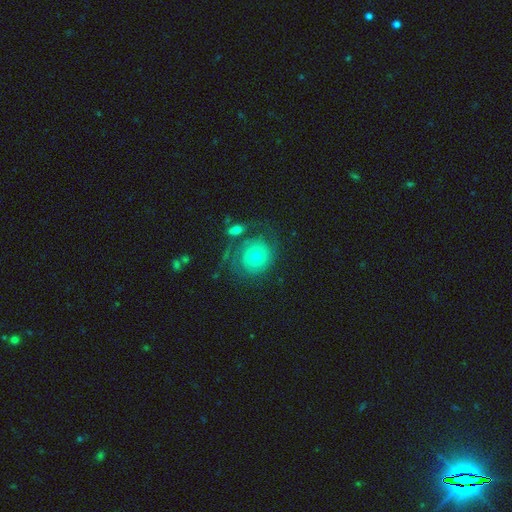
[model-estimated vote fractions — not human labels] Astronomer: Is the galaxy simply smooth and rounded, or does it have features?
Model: featured or disk — 61%.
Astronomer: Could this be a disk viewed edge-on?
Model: no — 97%.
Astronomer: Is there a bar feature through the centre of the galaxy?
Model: no — 86%.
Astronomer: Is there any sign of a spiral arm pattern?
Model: yes — 81%.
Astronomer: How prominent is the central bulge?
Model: small — 48% (runner-up: moderate, 45%).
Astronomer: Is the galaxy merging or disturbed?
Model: none — 58%.